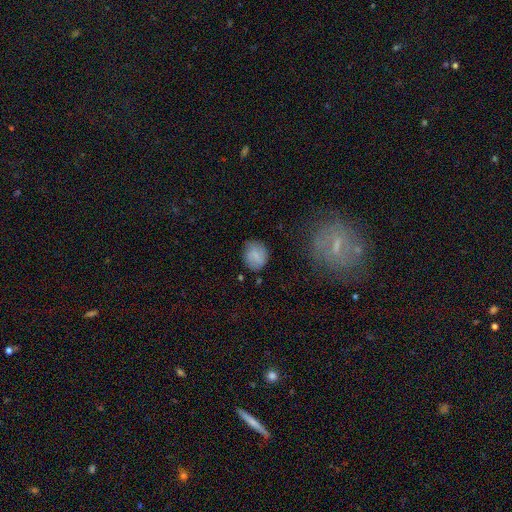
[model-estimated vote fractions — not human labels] Smooth or featured?
  - smooth: 74% *
  - featured or disk: 18%
  - star or artifact: 8%
How rounded?
  - round: 76% *
  - in between: 23%
  - cigar-shaped: 1%
Merging?
  - none: 76% *
  - minor disturbance: 17%
  - major disturbance: 5%
  - merger: 2%